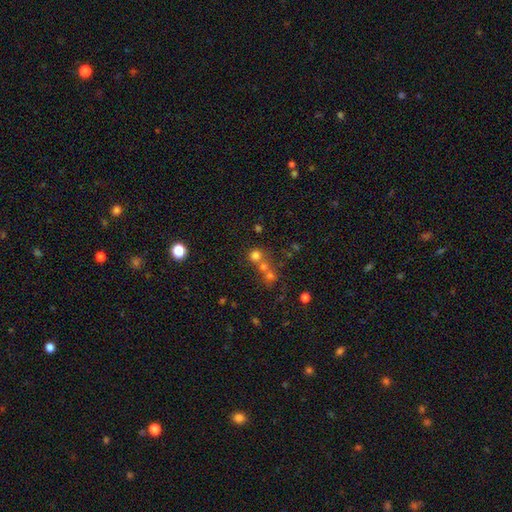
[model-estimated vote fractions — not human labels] Q: Smooth or featured?
A: smooth (67%); runner-up: star or artifact (21%)
Q: How rounded?
A: round (87%); runner-up: in between (12%)
Q: Merging?
A: none (48%); runner-up: merger (42%)